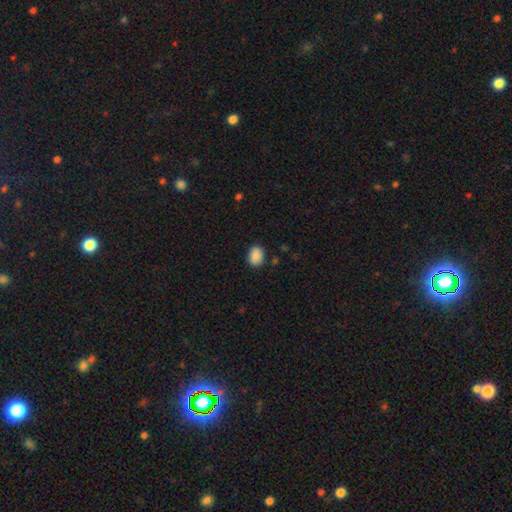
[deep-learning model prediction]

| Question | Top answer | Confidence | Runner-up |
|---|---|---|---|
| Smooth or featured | smooth | 89% | star or artifact (8%) |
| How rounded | in between | 74% | round (25%) |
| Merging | none | 86% | minor disturbance (10%) |